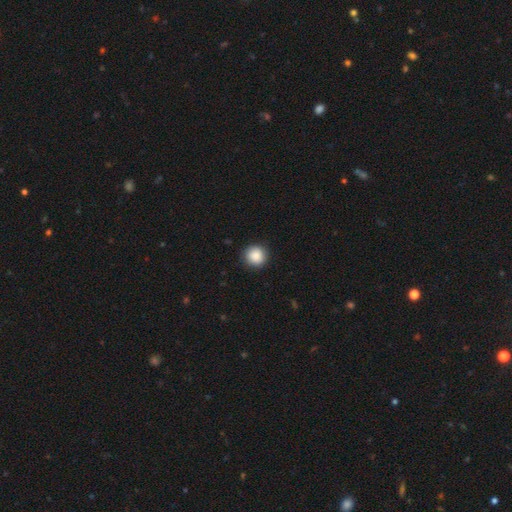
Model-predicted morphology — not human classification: Smooth or featured? smooth (88%)
How rounded? round (92%)
Merging? none (90%)